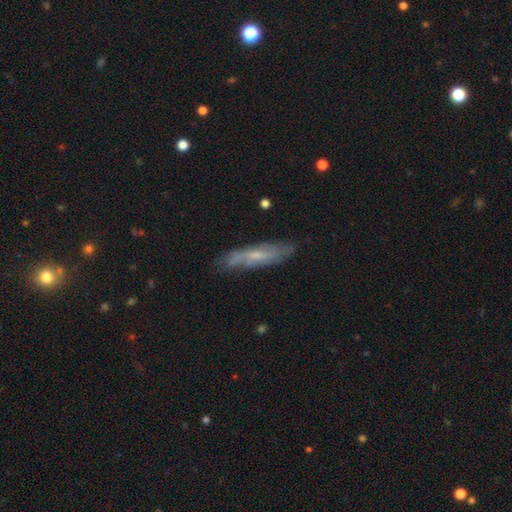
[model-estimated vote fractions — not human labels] Smooth or featured? featured or disk (56%)
Edge-on disk? no (56%)
Merging? none (74%)